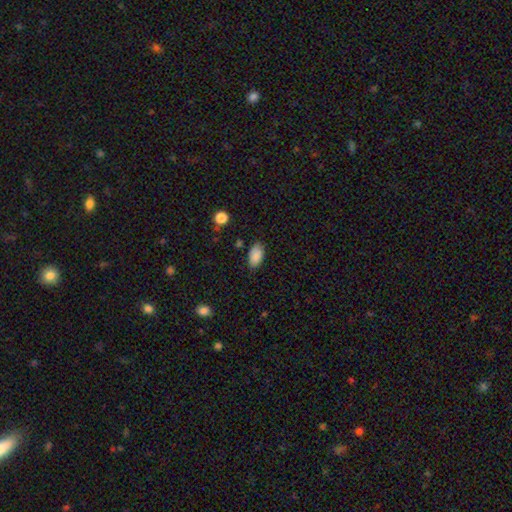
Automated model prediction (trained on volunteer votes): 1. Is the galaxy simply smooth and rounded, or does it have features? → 88% smooth, 8% star or artifact, 4% featured or disk.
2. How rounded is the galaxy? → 94% in between, 4% round, 2% cigar-shaped.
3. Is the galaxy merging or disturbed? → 80% none, 15% minor disturbance, 3% major disturbance, 2% merger.